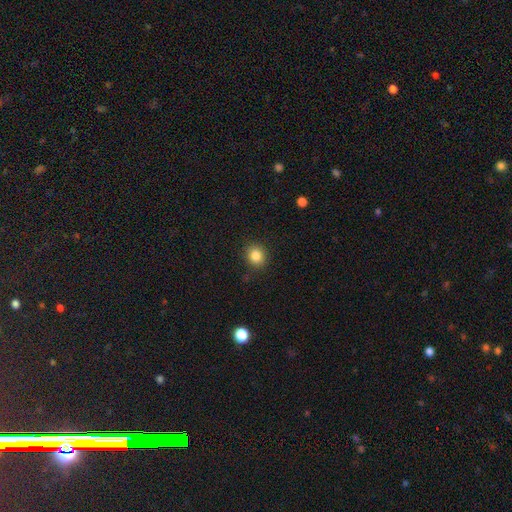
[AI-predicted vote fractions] Morphology: type=smooth (84%); roundness=round (80%); merging=none (87%).